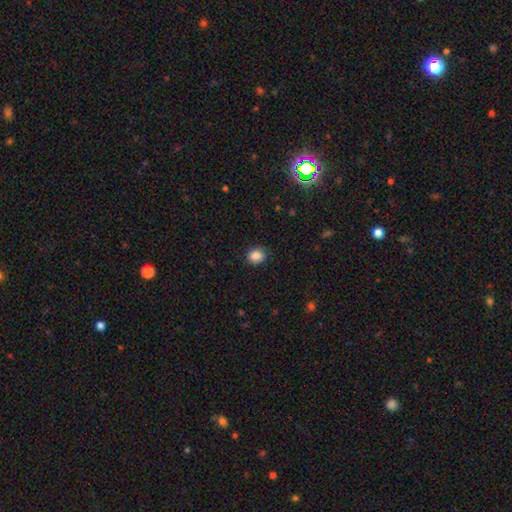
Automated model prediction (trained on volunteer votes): smooth_or_featured: smooth (p=0.87) [alt: star or artifact p=0.09]
how_rounded: round (p=0.62) [alt: in between p=0.38]
merging: none (p=0.86) [alt: minor disturbance p=0.10]